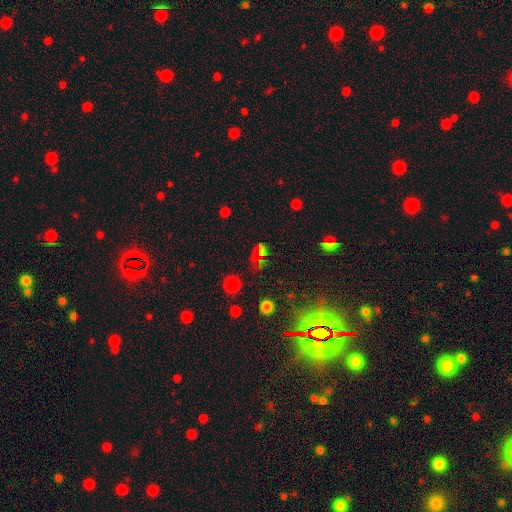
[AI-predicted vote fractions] Smooth or featured? Predicted: smooth (p=0.44). Merging? Predicted: none (p=0.64).